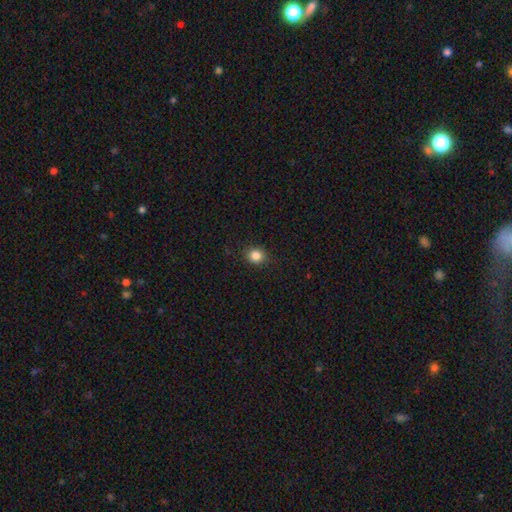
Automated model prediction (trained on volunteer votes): Morphology: type=smooth (84%); roundness=round (78%); merging=none (88%).